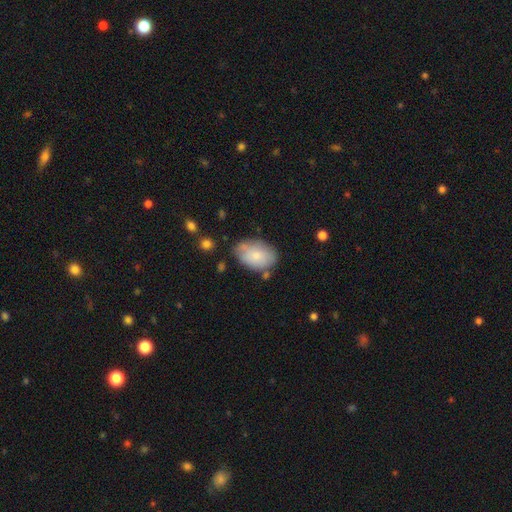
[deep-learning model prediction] smooth 77%, featured or disk 17%, star or artifact 6%. Down the decision tree: how rounded — in between (88%); merging — none (65%).